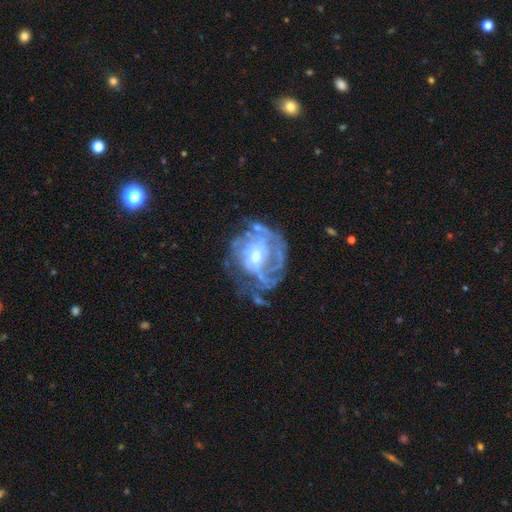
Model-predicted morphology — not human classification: A featured or disk galaxy (80%) with no bar (58%), tight (52%) spiral arms (69%) and a moderate central bulge (62%). Merging: none (43%).